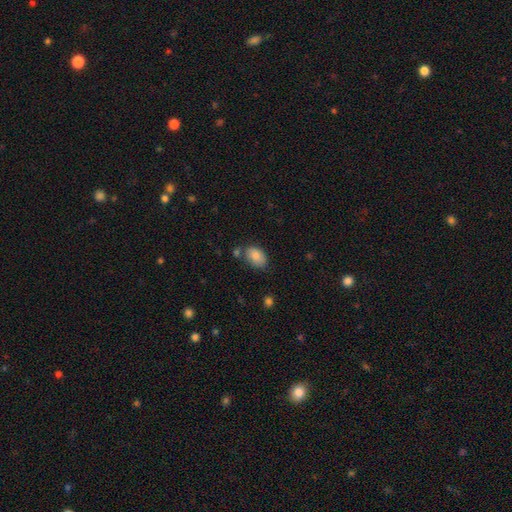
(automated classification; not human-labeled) The model was most divided on "merging": none: 65%, minor disturbance: 21%, merger: 9%, major disturbance: 5%. More confident: how rounded — in between (87%); smooth or featured — smooth (85%).